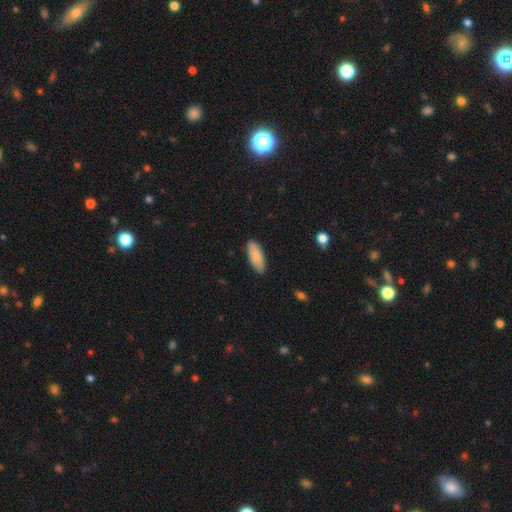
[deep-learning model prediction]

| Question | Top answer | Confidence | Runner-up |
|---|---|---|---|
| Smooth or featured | smooth | 86% | featured or disk (9%) |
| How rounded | in between | 77% | cigar-shaped (21%) |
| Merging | none | 86% | minor disturbance (11%) |